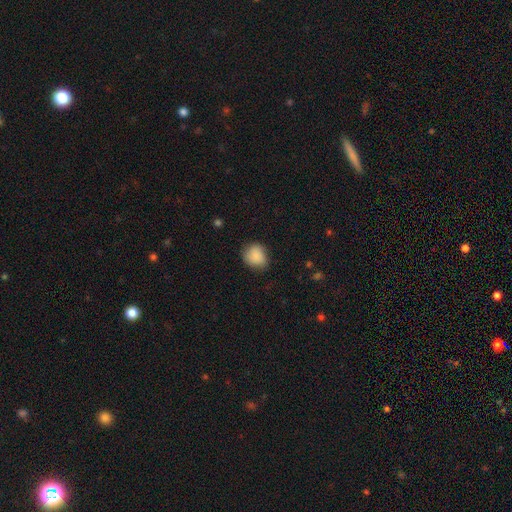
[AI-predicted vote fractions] Smooth or featured? smooth (87%)
How rounded? round (67%)
Merging? none (73%)